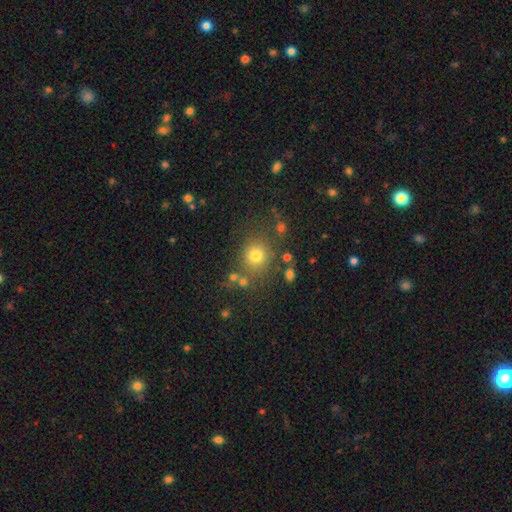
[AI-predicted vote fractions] Morphology: type=smooth (75%); roundness=round (81%); merging=none (74%).